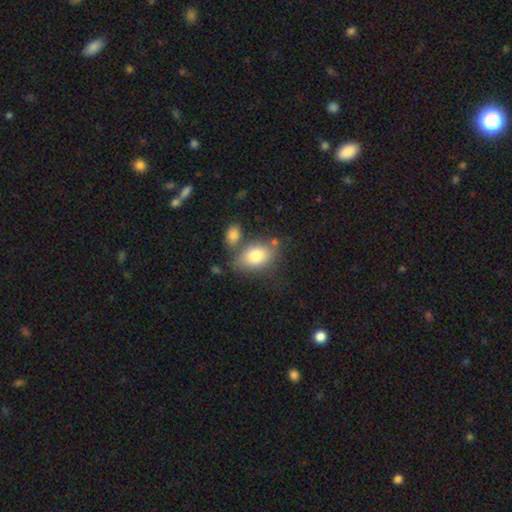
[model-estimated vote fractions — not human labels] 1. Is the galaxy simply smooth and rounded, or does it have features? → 81% smooth, 12% featured or disk, 7% star or artifact.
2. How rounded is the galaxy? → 85% in between, 14% round, 2% cigar-shaped.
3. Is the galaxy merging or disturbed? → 57% none, 19% merger, 17% minor disturbance, 6% major disturbance.